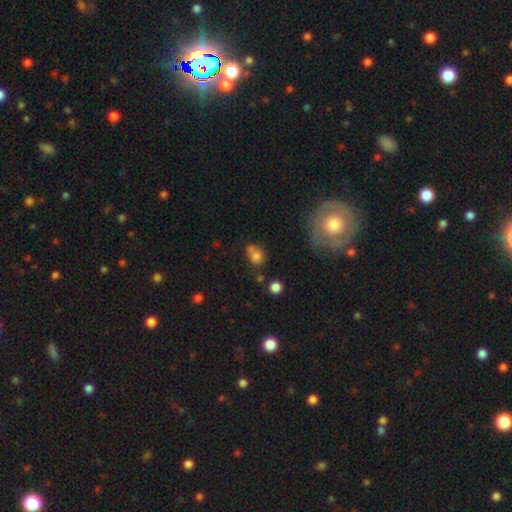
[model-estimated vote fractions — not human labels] The model was most divided on "merging": none: 42%, merger: 37%, minor disturbance: 14%, major disturbance: 6%. More confident: smooth or featured — smooth (74%); how rounded — round (61%).